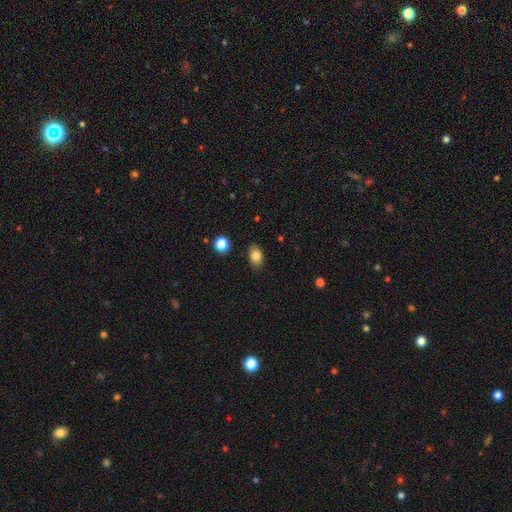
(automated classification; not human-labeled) smooth-or-featured: smooth: 84% | star or artifact: 9% | featured or disk: 7%
  how-rounded: in between: 80% | round: 19% | cigar-shaped: 1%
  merging: none: 85% | minor disturbance: 11% | major disturbance: 2% | merger: 2%